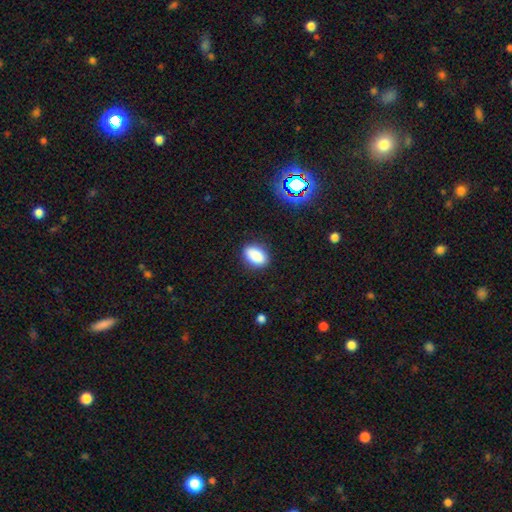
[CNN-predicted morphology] Overall: smooth (86%). How rounded: in between (84%). Merging: none (86%).